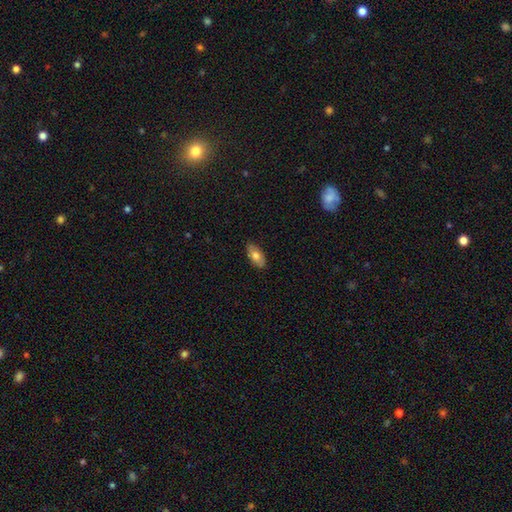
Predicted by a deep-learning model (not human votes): The model was most divided on "smooth or featured": smooth: 75%, featured or disk: 18%, star or artifact: 6%. More confident: how rounded — in between (92%); merging — none (86%).